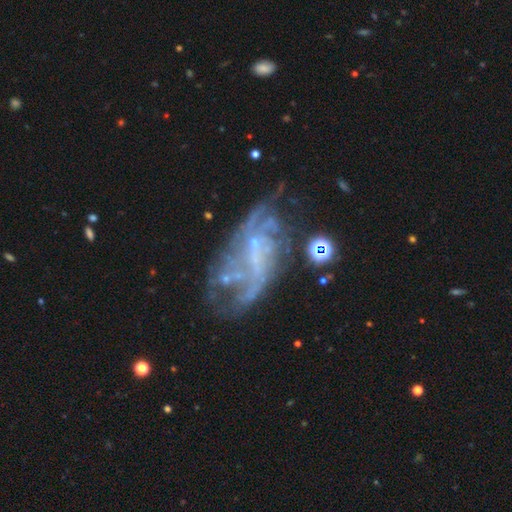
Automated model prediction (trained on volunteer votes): featured or disk 79%, star or artifact 11%, smooth 10%. Down the decision tree: edge-on disk — no (95%); bar — no (55%); spiral arms — yes (76%); spiral arm count — can't tell (44%); spiral winding — loose (37%); bulge size — small (56%); merging — none (44%).